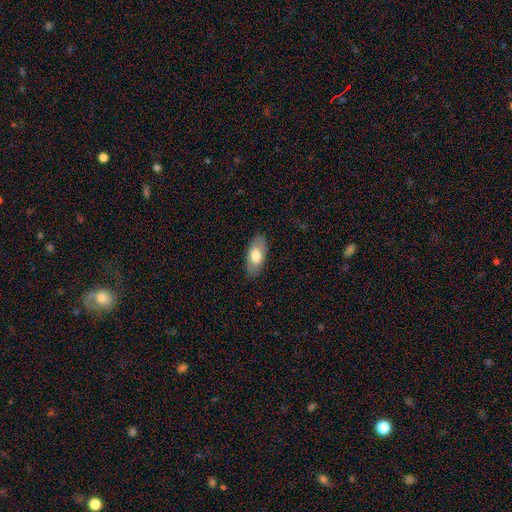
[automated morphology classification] type=smooth (72%); roundness=in between (91%); merging=none (86%).